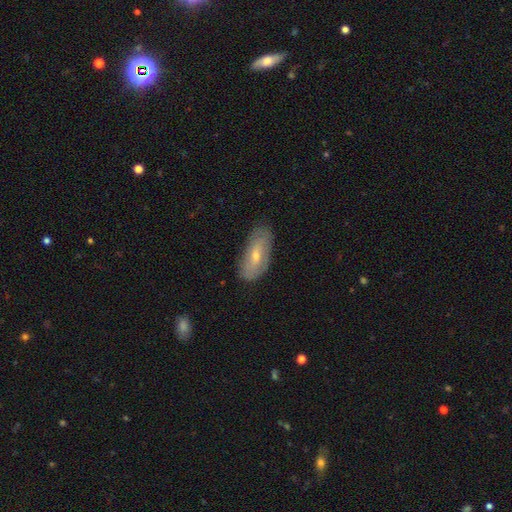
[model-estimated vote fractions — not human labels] smooth-or-featured: smooth: 47% | featured or disk: 45% | star or artifact: 8%
  merging: none: 79% | minor disturbance: 16% | major disturbance: 3% | merger: 1%